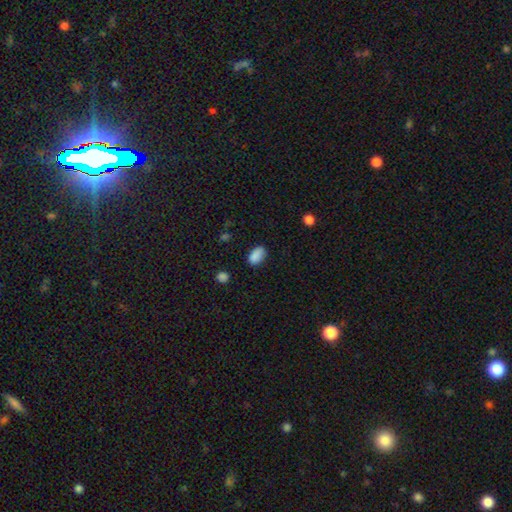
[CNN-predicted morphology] A smooth galaxy with no disk features (87%) that is in between round and cigar-shaped (89%). Merging: none (77%).